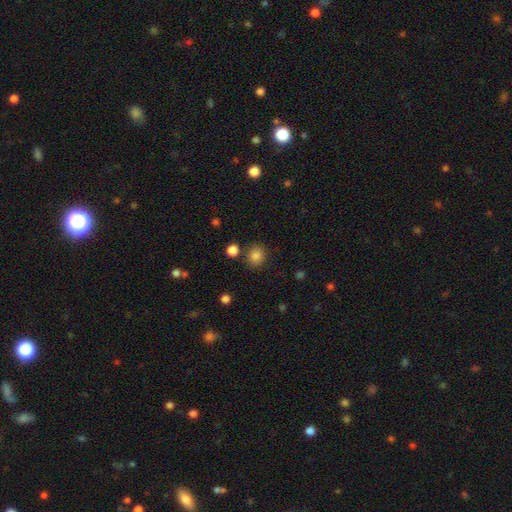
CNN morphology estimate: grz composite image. It shows a smooth galaxy with no disk features (84%) that is round (77%). Merging: none (82%).